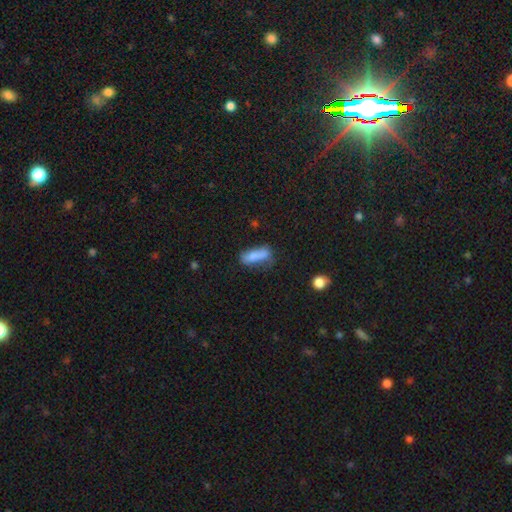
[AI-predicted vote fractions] Morphology: type=smooth (73%); roundness=in between (54%); merging=none (46%).